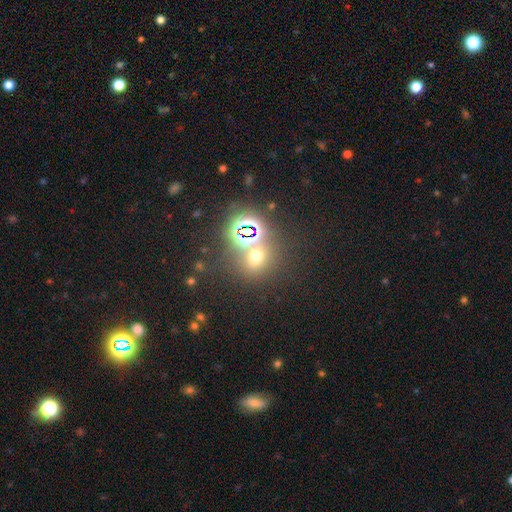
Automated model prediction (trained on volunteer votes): Smooth or featured: smooth — 48% (star or artifact — 43%)
Merging: none — 66% (merger — 19%)